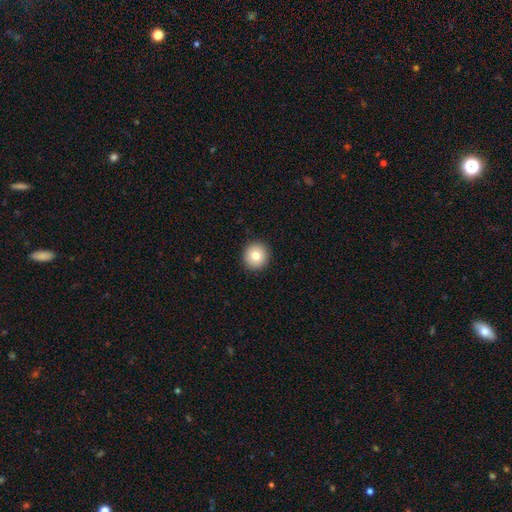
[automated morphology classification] Smooth or featured?
  - smooth: 79% *
  - featured or disk: 11%
  - star or artifact: 10%
How rounded?
  - round: 95% *
  - in between: 4%
  - cigar-shaped: 1%
Merging?
  - none: 93% *
  - minor disturbance: 5%
  - major disturbance: 2%
  - merger: 1%